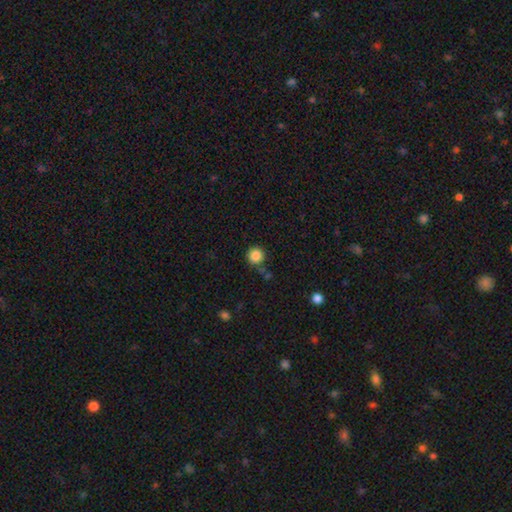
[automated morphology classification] A smooth galaxy with no disk features (86%) that is round (95%). Merging: none (78%).